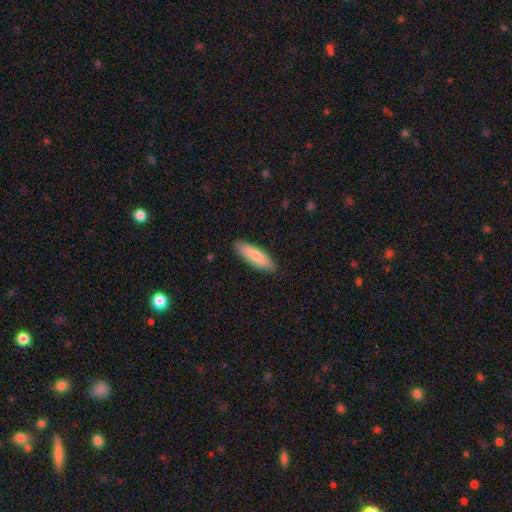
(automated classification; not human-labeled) This appears to be a smooth galaxy with no disk features (81%) that is cigar-shaped (60%). Merging: none (87%).